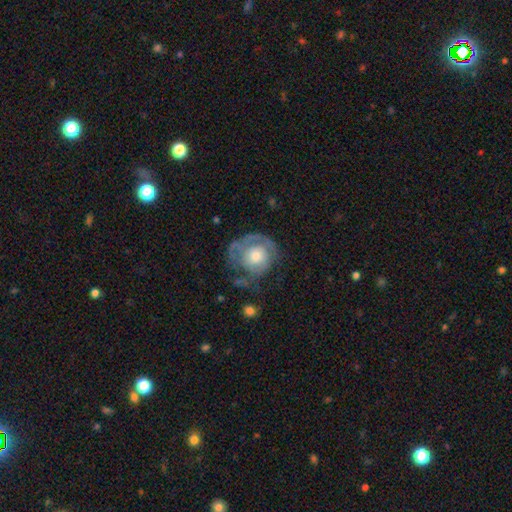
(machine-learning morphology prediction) The model was most divided on "merging": none: 51%, minor disturbance: 24%, major disturbance: 22%, merger: 3%. More confident: edge-on disk — no (97%); bar — no (83%); spiral arms — yes (66%); smooth or featured — featured or disk (62%); bulge size — moderate (58%).